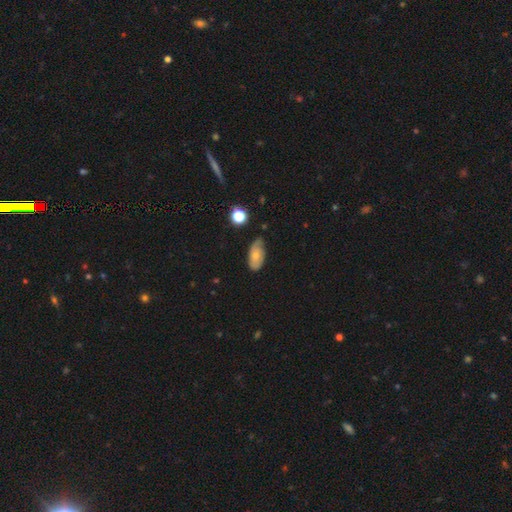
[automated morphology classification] The model was most divided on "merging": none: 55%, minor disturbance: 35%, major disturbance: 8%, merger: 2%. More confident: how rounded — in between (90%); smooth or featured — smooth (57%).